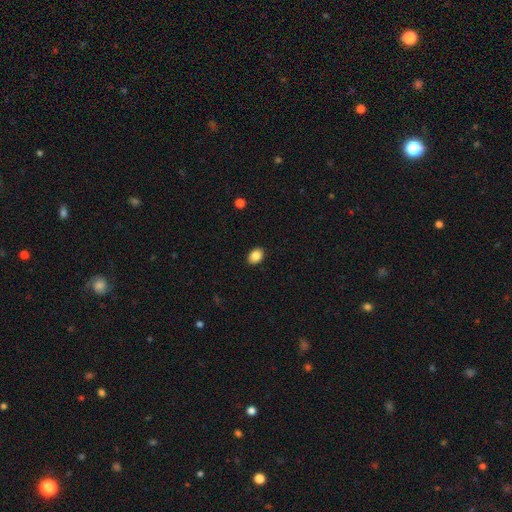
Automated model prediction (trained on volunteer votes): Q: Smooth or featured?
A: smooth (86%); runner-up: star or artifact (8%)
Q: How rounded?
A: in between (73%); runner-up: round (26%)
Q: Merging?
A: none (89%); runner-up: minor disturbance (8%)